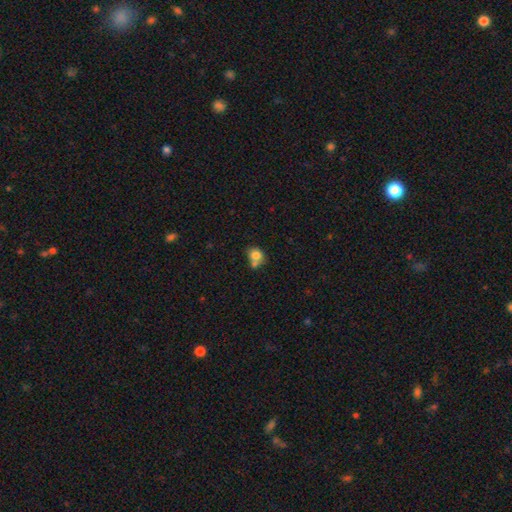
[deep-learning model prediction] Overall: smooth (78%). How rounded: round (62%; in between 37%). Merging: merger (45%; none 39%).